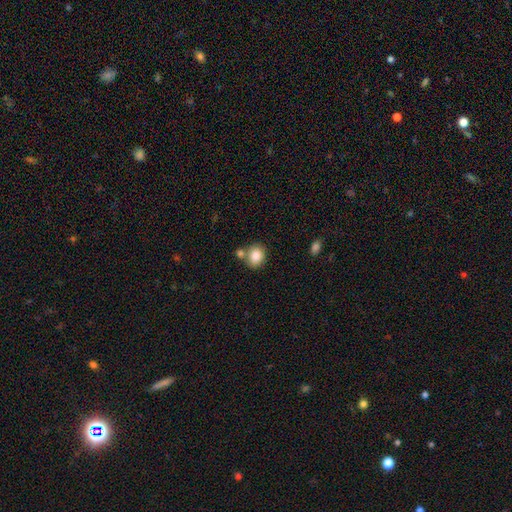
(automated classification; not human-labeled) A smooth galaxy with no disk features (85%) that is round (62%). Merging: none (60%).